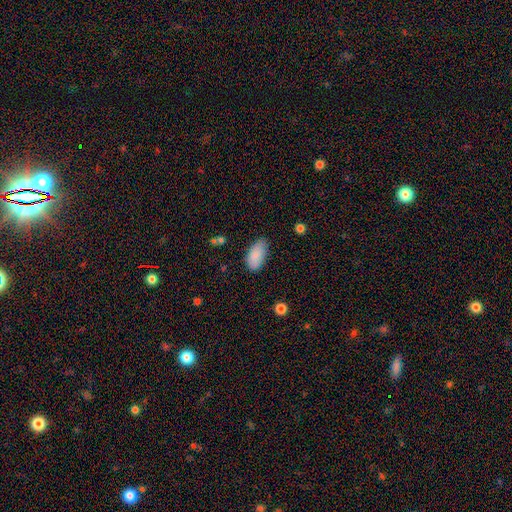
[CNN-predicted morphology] Q: Smooth or featured?
A: smooth (87%); runner-up: star or artifact (7%)
Q: How rounded?
A: in between (93%); runner-up: cigar-shaped (4%)
Q: Merging?
A: none (69%); runner-up: minor disturbance (25%)